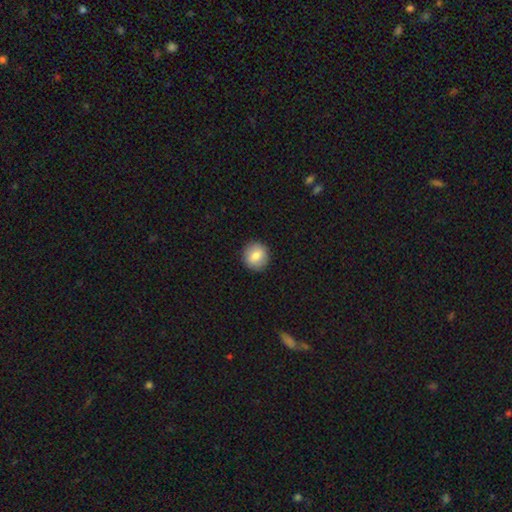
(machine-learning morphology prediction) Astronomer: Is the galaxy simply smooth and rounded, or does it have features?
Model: smooth — 83%.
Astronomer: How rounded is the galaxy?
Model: round — 90%.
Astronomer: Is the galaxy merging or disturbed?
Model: none — 91%.